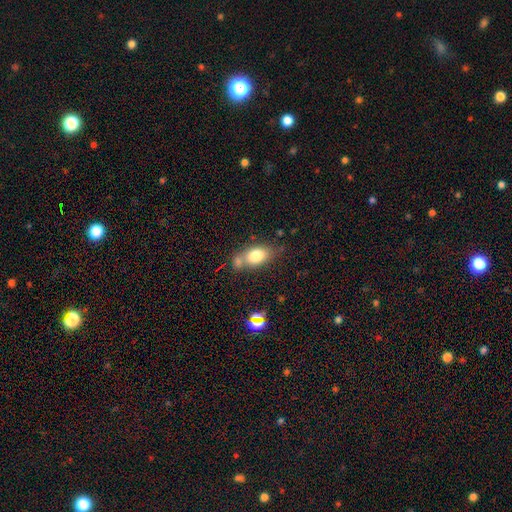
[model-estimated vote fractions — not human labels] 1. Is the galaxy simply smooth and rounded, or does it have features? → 76% smooth, 14% featured or disk, 9% star or artifact.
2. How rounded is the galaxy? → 83% in between, 13% round, 4% cigar-shaped.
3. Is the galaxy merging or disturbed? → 49% none, 29% merger, 16% minor disturbance, 6% major disturbance.